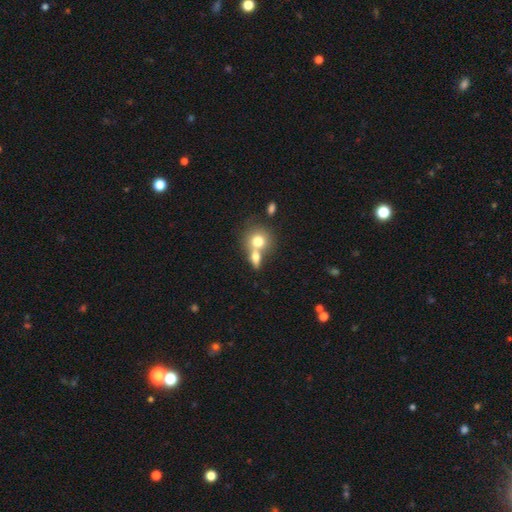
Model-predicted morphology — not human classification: A smooth galaxy with no disk features (71%) that is round (67%). Merging: merger (57%).